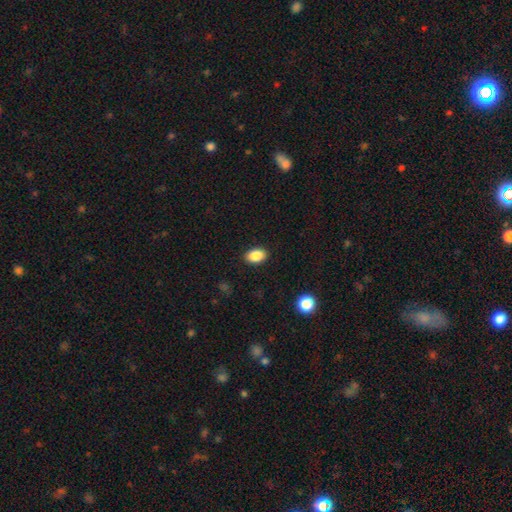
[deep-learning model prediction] Smooth or featured?
  - smooth: 88% *
  - star or artifact: 8%
  - featured or disk: 4%
How rounded?
  - in between: 85% *
  - round: 14%
  - cigar-shaped: 1%
Merging?
  - none: 90% *
  - minor disturbance: 7%
  - major disturbance: 2%
  - merger: 1%